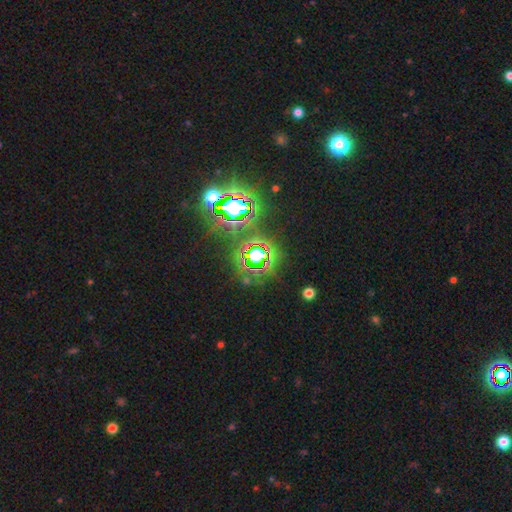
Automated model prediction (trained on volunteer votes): Morphology: type=star or artifact (82%).